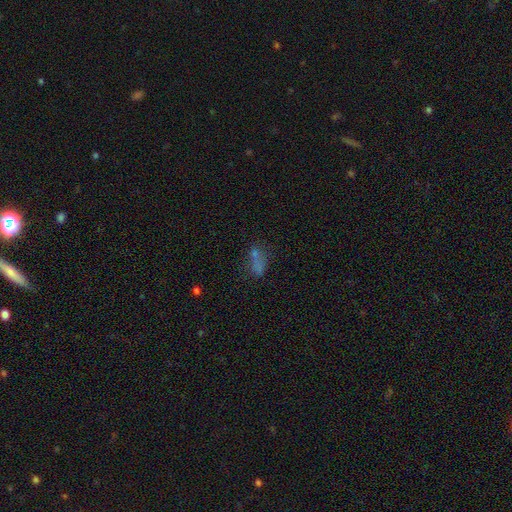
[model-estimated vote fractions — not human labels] smooth 55%, star or artifact 29%, featured or disk 16%. Down the decision tree: how rounded — in between (67%); merging — none (49%).